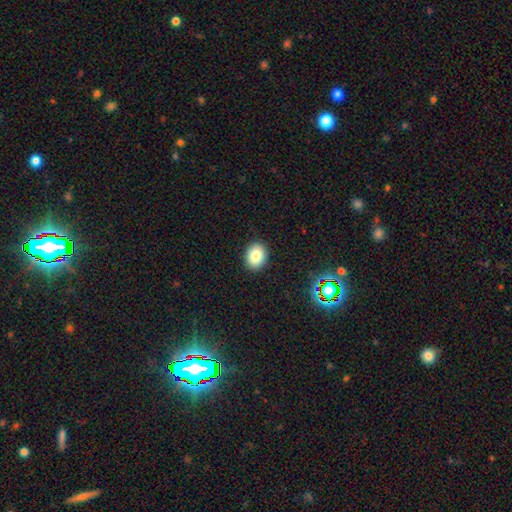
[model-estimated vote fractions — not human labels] Q: Smooth or featured?
A: smooth (82%); runner-up: star or artifact (10%)
Q: How rounded?
A: in between (56%); runner-up: round (43%)
Q: Merging?
A: none (90%); runner-up: minor disturbance (7%)